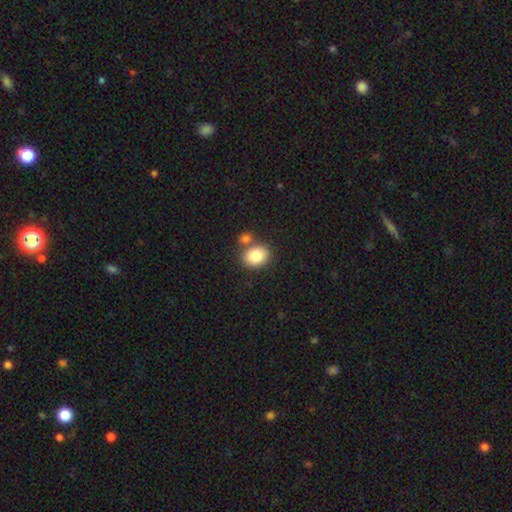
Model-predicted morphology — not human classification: This is clearly a smooth galaxy (83%). How rounded: possibly round (52%). Merging: likely none (62%).